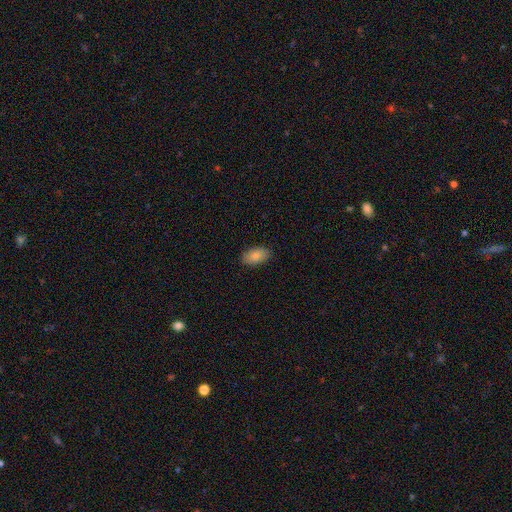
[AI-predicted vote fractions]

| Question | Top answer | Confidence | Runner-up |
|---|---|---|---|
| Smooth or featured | smooth | 87% | star or artifact (7%) |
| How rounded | in between | 94% | round (4%) |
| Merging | none | 88% | minor disturbance (9%) |